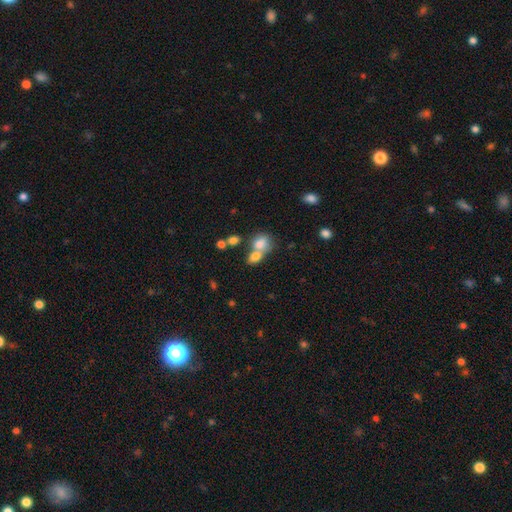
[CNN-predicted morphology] The model was most divided on "how rounded": in between: 65%, round: 33%, cigar-shaped: 2%. More confident: smooth or featured — smooth (77%); merging — merger (60%).